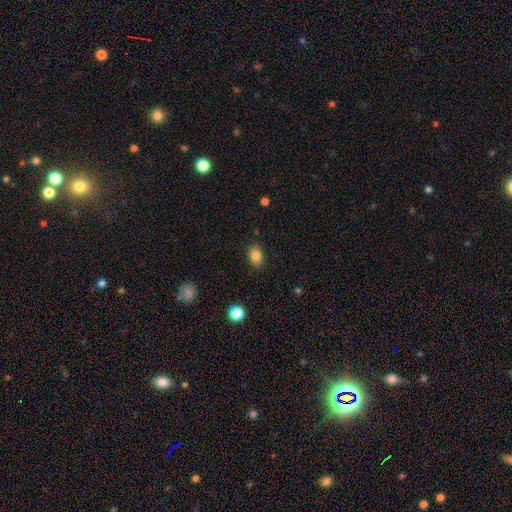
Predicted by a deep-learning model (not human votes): Smooth or featured: smooth — 84% (star or artifact — 10%)
How rounded: in between — 71% (round — 28%)
Merging: none — 86% (minor disturbance — 10%)